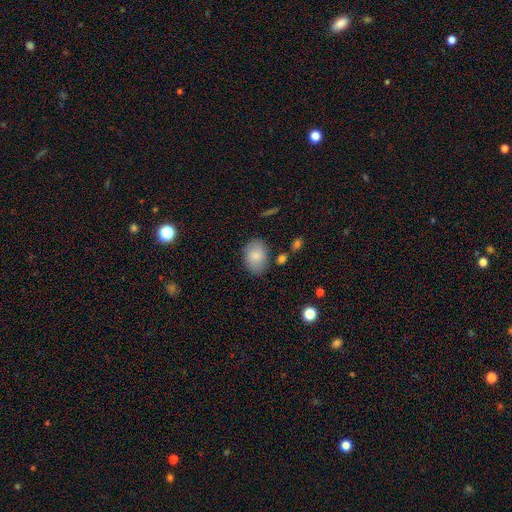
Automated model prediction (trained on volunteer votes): A smooth galaxy with no disk features (81%) that is in between round and cigar-shaped (81%).

Vote fractions:
- Smooth or featured? smooth: 81% / featured or disk: 12% / star or artifact: 7%
- How rounded? in between: 81% / round: 18% / cigar-shaped: 1%
- Merging? none: 79% / minor disturbance: 14% / major disturbance: 3% / merger: 3%